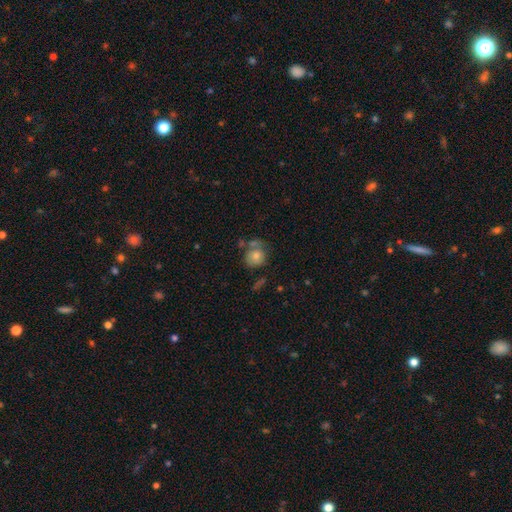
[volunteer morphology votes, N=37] type=smooth (76%); roundness=round (57%); merging=none (53%).